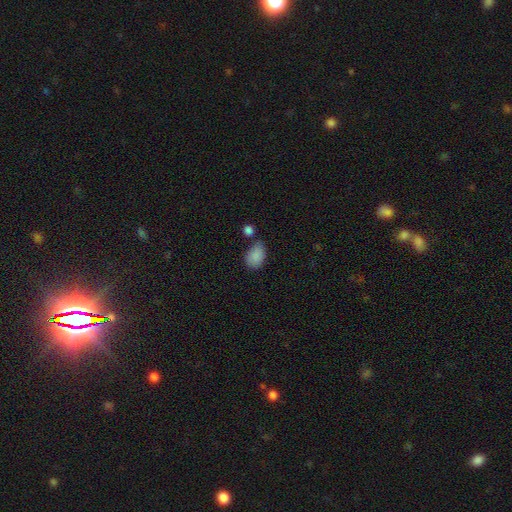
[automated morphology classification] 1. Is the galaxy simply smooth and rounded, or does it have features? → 86% smooth, 8% star or artifact, 5% featured or disk.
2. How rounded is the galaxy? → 85% in between, 13% round, 1% cigar-shaped.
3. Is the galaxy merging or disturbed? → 50% none, 27% minor disturbance, 15% merger, 8% major disturbance.